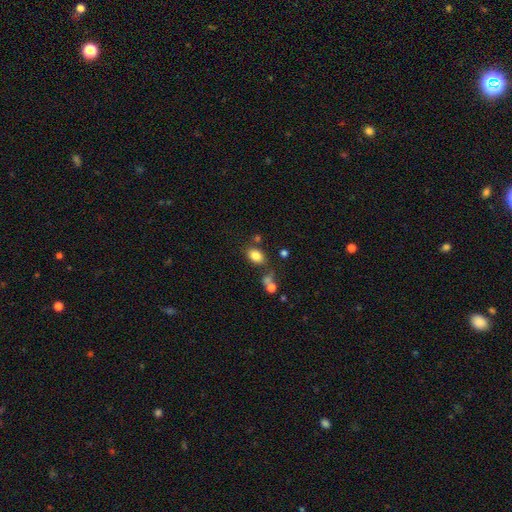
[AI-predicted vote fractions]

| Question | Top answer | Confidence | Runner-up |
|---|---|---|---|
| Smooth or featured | smooth | 83% | star or artifact (10%) |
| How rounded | in between | 76% | round (23%) |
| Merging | none | 67% | minor disturbance (15%) |